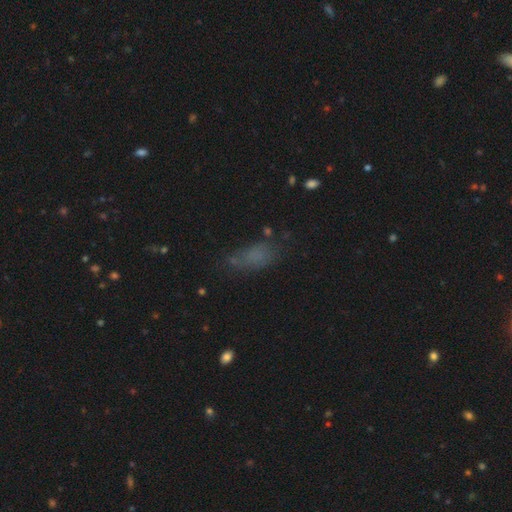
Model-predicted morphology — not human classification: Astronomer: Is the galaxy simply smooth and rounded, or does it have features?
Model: smooth — 67%.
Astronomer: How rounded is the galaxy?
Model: in between — 77%.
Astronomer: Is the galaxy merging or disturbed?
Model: none — 52%.